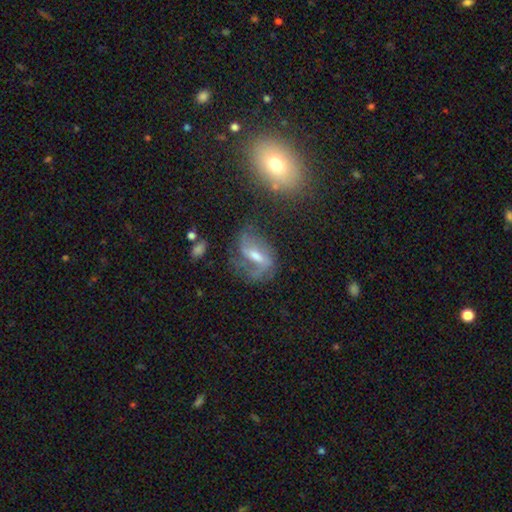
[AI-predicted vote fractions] Smooth or featured: featured or disk — 73% (smooth — 17%)
Edge-on disk: no — 94% (yes — 6%)
Bar: weak — 46% (strong — 33%)
Spiral arms: yes — 86% (no — 14%)
Spiral winding: loose — 46% (medium — 40%)
Spiral arm count: 2 — 71% (can't tell — 11%)
Bulge size: moderate — 54% (small — 31%)
Merging: none — 51% (major disturbance — 22%)